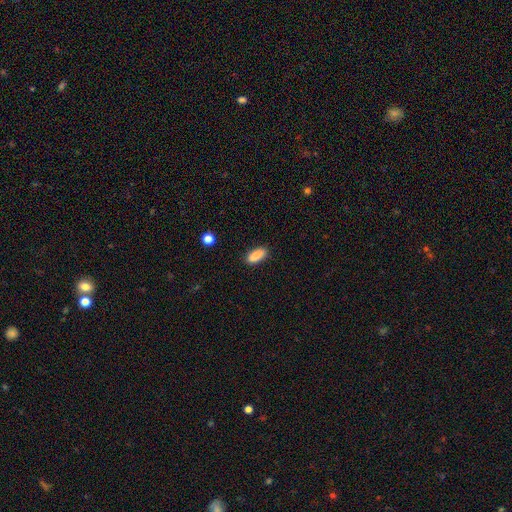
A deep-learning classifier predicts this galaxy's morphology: Smooth or featured? smooth (88%)
How rounded? in between (82%)
Merging? none (84%)